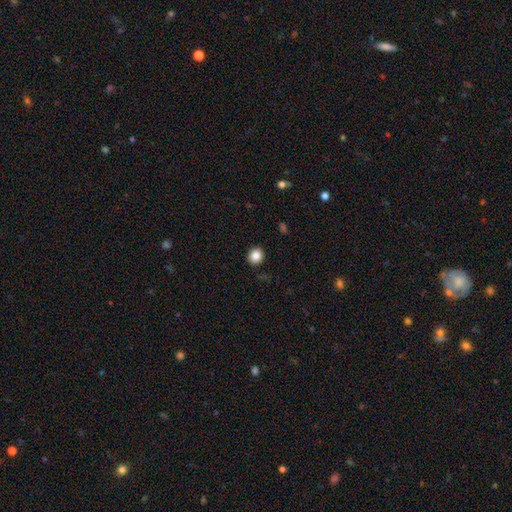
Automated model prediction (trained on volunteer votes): smooth_or_featured: smooth (p=0.85) [alt: star or artifact p=0.10]
how_rounded: round (p=0.84) [alt: in between p=0.16]
merging: none (p=0.91) [alt: minor disturbance p=0.06]